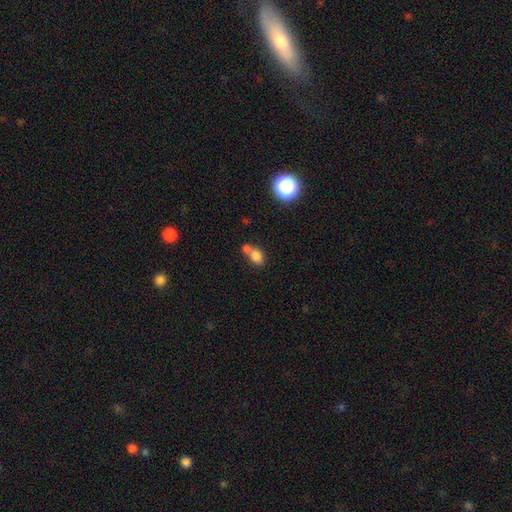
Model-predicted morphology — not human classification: Smooth or featured? Predicted: smooth (p=0.79). How rounded? Predicted: in between (p=0.60). Merging? Predicted: merger (p=0.46).